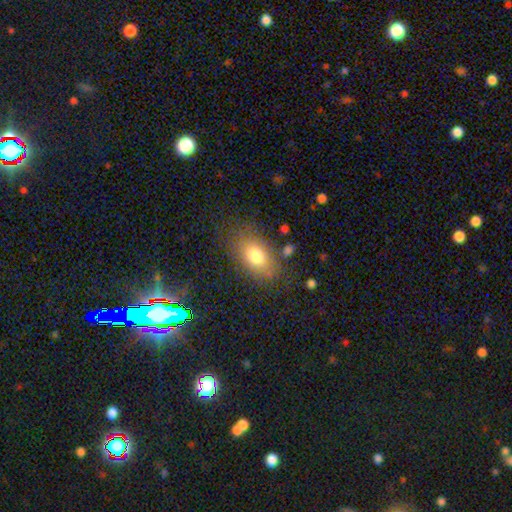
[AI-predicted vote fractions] Q: Smooth or featured?
A: smooth (76%); runner-up: featured or disk (14%)
Q: How rounded?
A: in between (81%); runner-up: round (17%)
Q: Merging?
A: none (75%); runner-up: minor disturbance (15%)